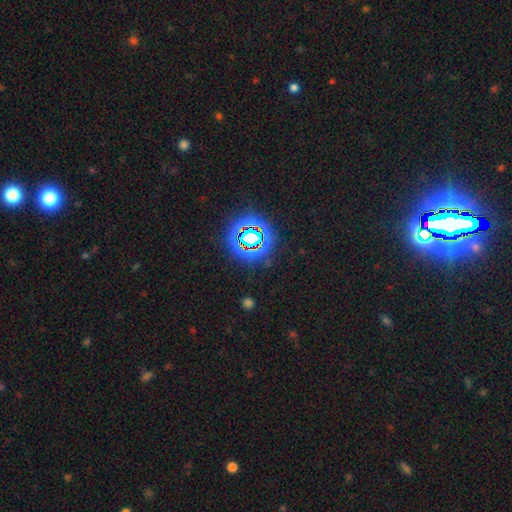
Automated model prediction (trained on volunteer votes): star or artifact 77%, smooth 15%, featured or disk 8%.